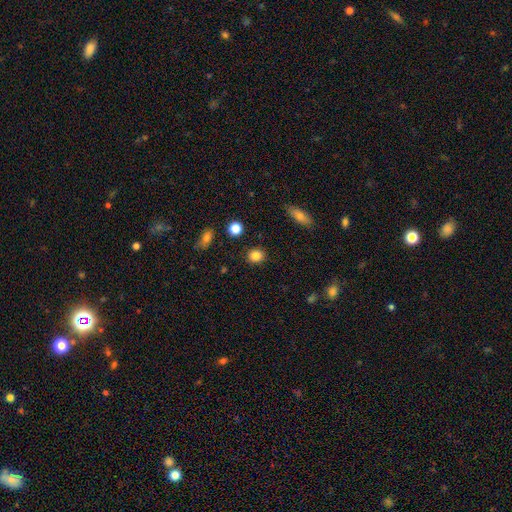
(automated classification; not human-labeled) Smooth or featured: smooth — 85% (star or artifact — 10%)
How rounded: round — 75% (in between — 23%)
Merging: none — 89% (minor disturbance — 7%)